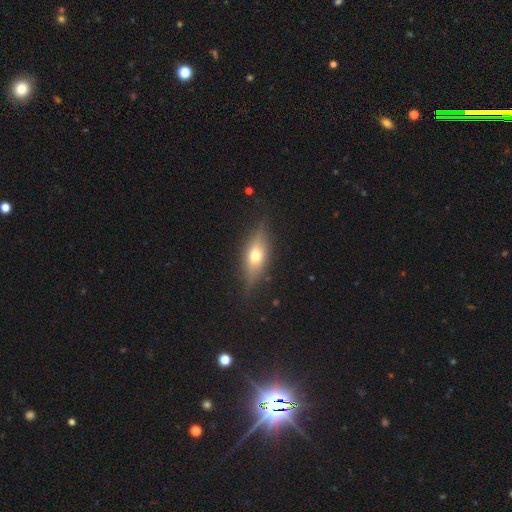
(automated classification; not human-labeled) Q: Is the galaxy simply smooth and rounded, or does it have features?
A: smooth — 46%.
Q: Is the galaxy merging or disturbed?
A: none — 82%.